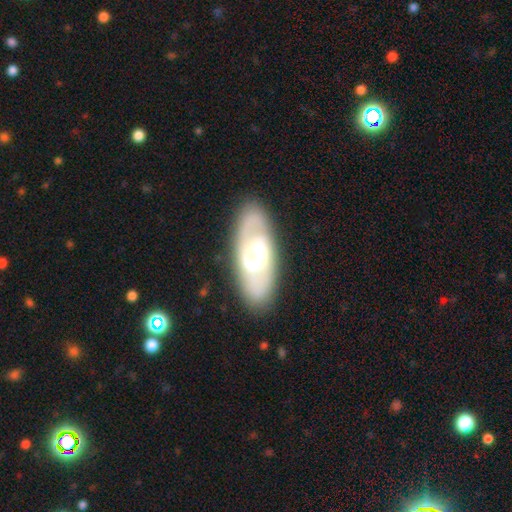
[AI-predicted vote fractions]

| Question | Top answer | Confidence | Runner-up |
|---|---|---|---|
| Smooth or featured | featured or disk | 65% | smooth (29%) |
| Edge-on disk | no | 89% | yes (11%) |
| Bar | no | 48% | weak (38%) |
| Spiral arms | yes | 70% | no (30%) |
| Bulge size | moderate | 52% | large (33%) |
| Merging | none | 84% | minor disturbance (11%) |